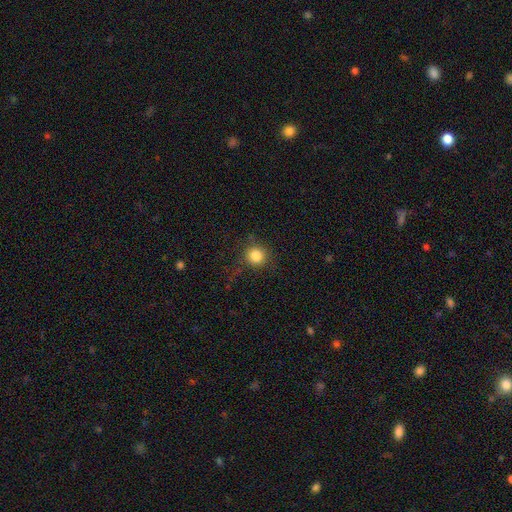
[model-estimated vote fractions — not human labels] The model was most divided on "merging": none: 81%, minor disturbance: 12%, major disturbance: 5%, merger: 1%. More confident: how rounded — round (92%); smooth or featured — smooth (83%).